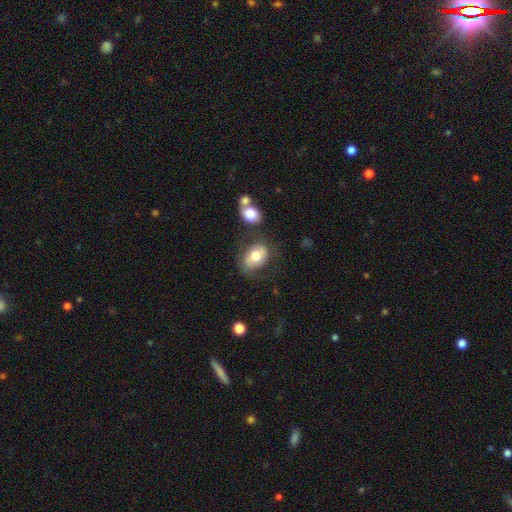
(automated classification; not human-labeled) A smooth galaxy with no disk features (65%) that is in between round and cigar-shaped (78%).

Vote fractions:
- Smooth or featured? smooth: 65% / featured or disk: 27% / star or artifact: 8%
- How rounded? in between: 78% / round: 21% / cigar-shaped: 1%
- Merging? none: 59% / minor disturbance: 20% / major disturbance: 10% / merger: 10%